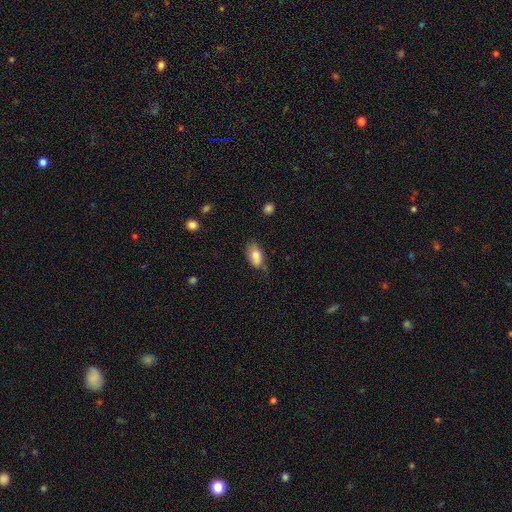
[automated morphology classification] Q: Smooth or featured?
A: smooth (79%); runner-up: featured or disk (14%)
Q: How rounded?
A: in between (91%); runner-up: round (5%)
Q: Merging?
A: none (60%); runner-up: minor disturbance (30%)